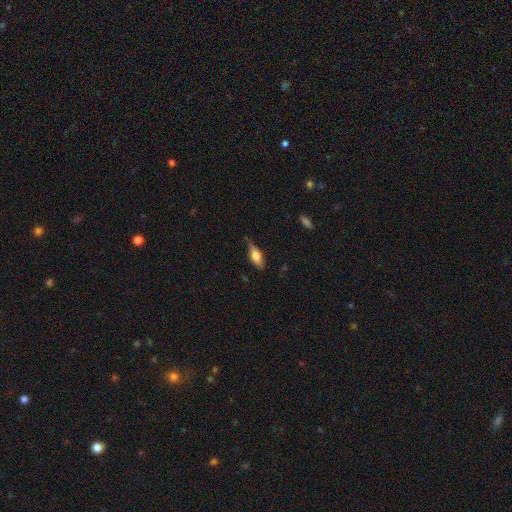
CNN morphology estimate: The model was most divided on "how rounded": in between: 68%, cigar-shaped: 29%, round: 3%. More confident: smooth or featured — smooth (67%); merging — none (67%).